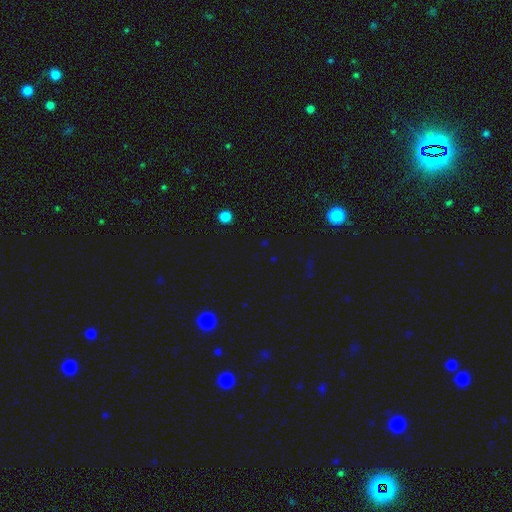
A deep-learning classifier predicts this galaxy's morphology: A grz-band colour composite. It shows a star or artifact, not a galaxy (62%).